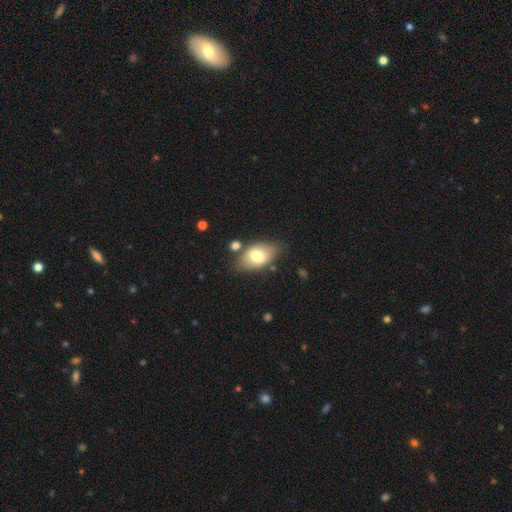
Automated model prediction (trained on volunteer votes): A smooth galaxy with no disk features (71%) that is in between round and cigar-shaped (89%).

Vote fractions:
- Smooth or featured? smooth: 71% / featured or disk: 22% / star or artifact: 7%
- How rounded? in between: 89% / round: 9% / cigar-shaped: 3%
- Merging? none: 72% / minor disturbance: 17% / merger: 7% / major disturbance: 5%